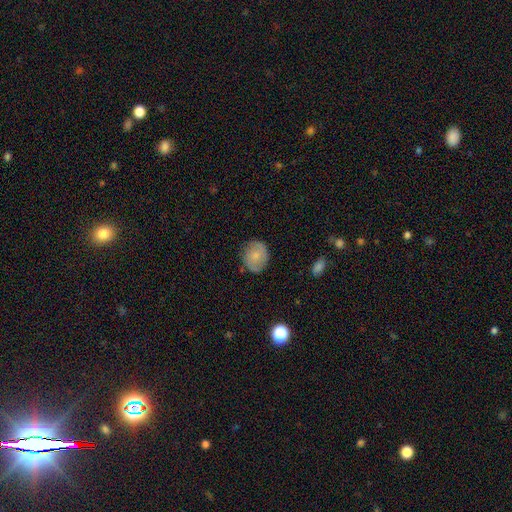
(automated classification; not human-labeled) Morphology: type=smooth (69%); roundness=round (57%); merging=none (76%).